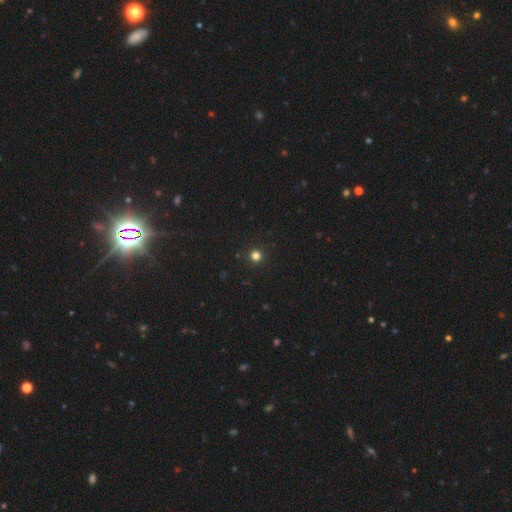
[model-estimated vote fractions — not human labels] smooth-or-featured: smooth: 79% | star or artifact: 17% | featured or disk: 4%
  how-rounded: round: 95% | in between: 4% | cigar-shaped: 1%
  merging: none: 93% | minor disturbance: 4% | major disturbance: 2% | merger: 1%